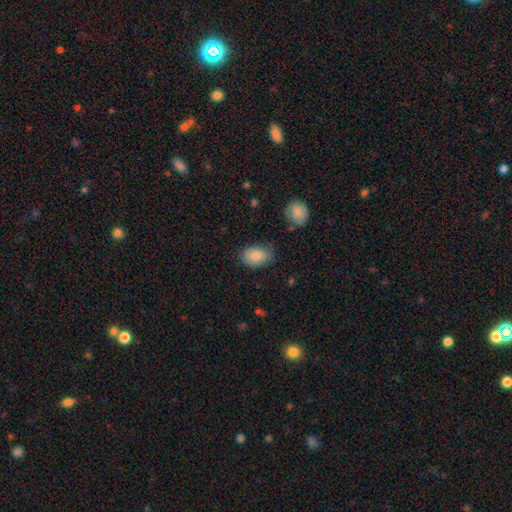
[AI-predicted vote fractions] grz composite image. It shows a smooth galaxy with no disk features (85%) that is in between round and cigar-shaped (87%). Merging: none (75%).